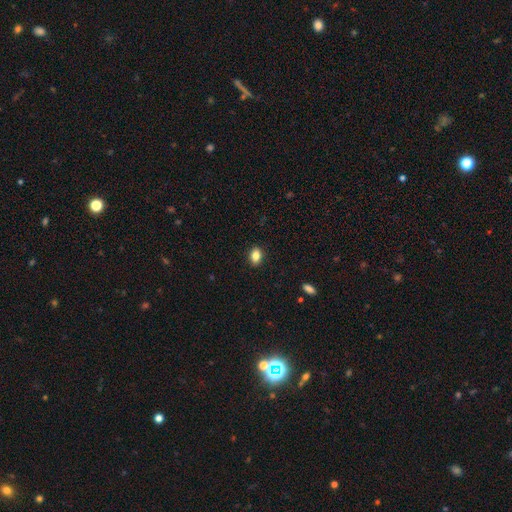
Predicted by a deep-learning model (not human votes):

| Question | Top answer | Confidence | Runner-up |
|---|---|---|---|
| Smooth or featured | smooth | 84% | star or artifact (9%) |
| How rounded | in between | 78% | round (20%) |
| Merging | none | 89% | minor disturbance (8%) |